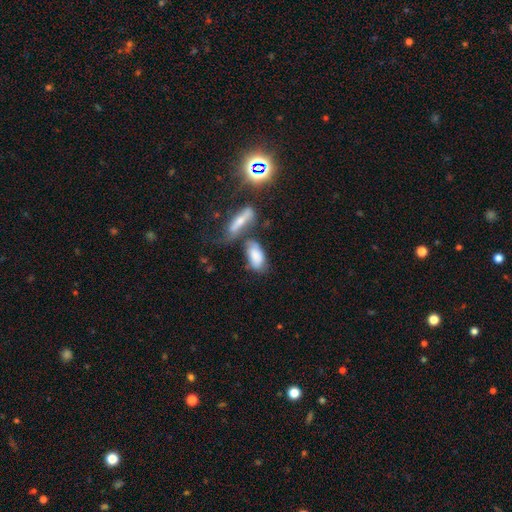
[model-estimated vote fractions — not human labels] A smooth galaxy with no disk features (77%) that is in between round and cigar-shaped (89%).

Vote fractions:
- Smooth or featured? smooth: 77% / featured or disk: 15% / star or artifact: 7%
- How rounded? in between: 89% / cigar-shaped: 8% / round: 3%
- Merging? none: 36% / merger: 32% / minor disturbance: 20% / major disturbance: 12%